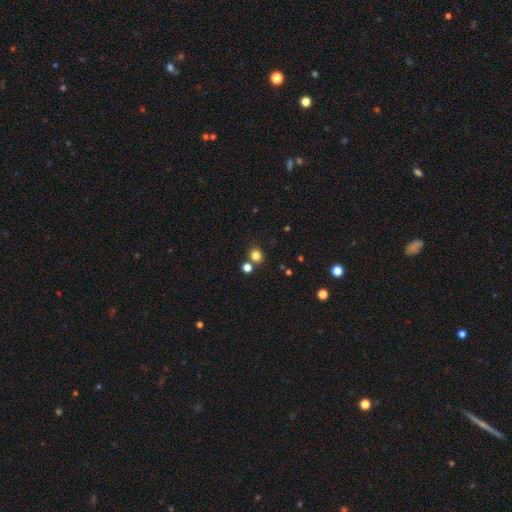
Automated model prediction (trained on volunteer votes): This appears to be a smooth galaxy with no disk features (80%) that is round (74%). Merging: none (73%).